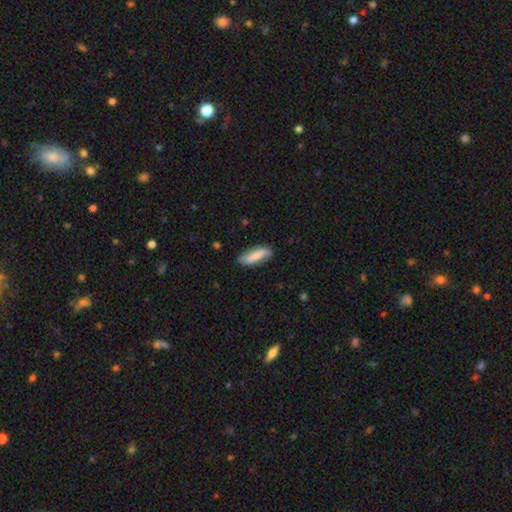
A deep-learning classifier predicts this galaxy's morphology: Q: Smooth or featured?
A: smooth (74%); runner-up: featured or disk (20%)
Q: How rounded?
A: in between (53%); runner-up: cigar-shaped (45%)
Q: Merging?
A: none (75%); runner-up: minor disturbance (20%)